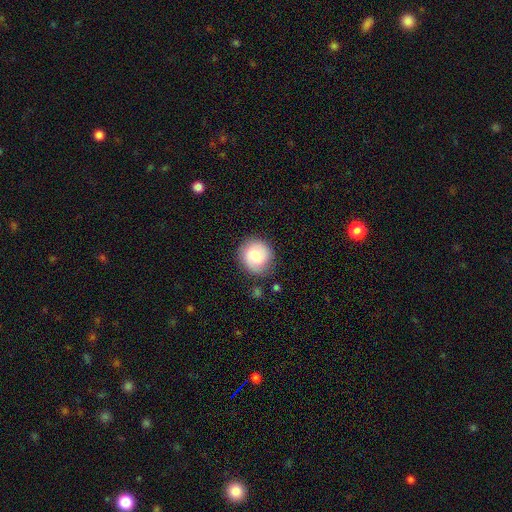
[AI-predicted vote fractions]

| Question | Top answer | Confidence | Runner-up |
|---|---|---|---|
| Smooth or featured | smooth | 78% | featured or disk (14%) |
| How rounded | round | 88% | in between (11%) |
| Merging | none | 80% | minor disturbance (14%) |